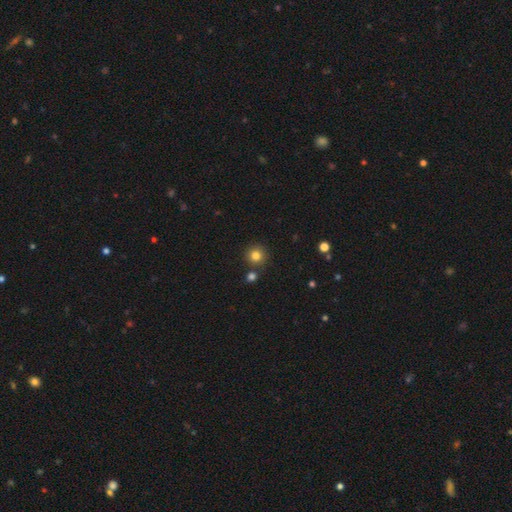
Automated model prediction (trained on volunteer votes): smooth 81%, star or artifact 12%, featured or disk 6%. Down the decision tree: how rounded — round (93%); merging — none (81%).